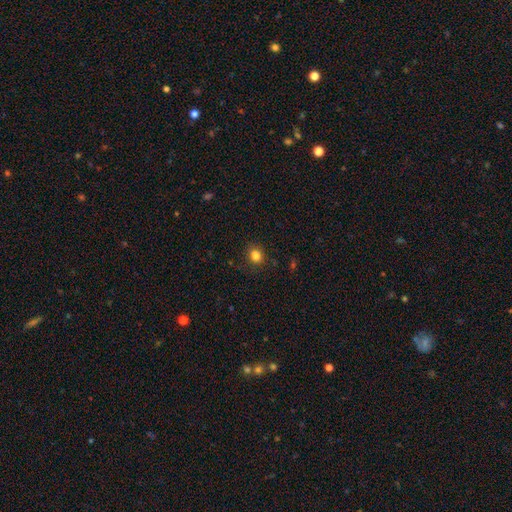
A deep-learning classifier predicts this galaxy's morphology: Q: Smooth or featured?
A: smooth (83%); runner-up: star or artifact (12%)
Q: How rounded?
A: round (65%); runner-up: in between (34%)
Q: Merging?
A: none (86%); runner-up: minor disturbance (10%)